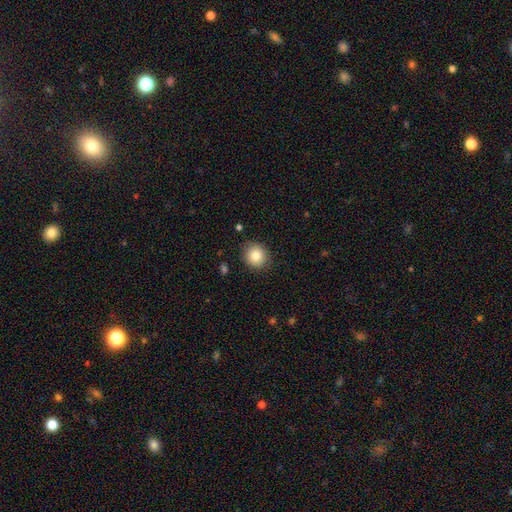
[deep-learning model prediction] Smooth or featured?
  - smooth: 82% *
  - star or artifact: 10%
  - featured or disk: 8%
How rounded?
  - round: 88% *
  - in between: 11%
  - cigar-shaped: 1%
Merging?
  - none: 88% *
  - minor disturbance: 9%
  - major disturbance: 2%
  - merger: 1%